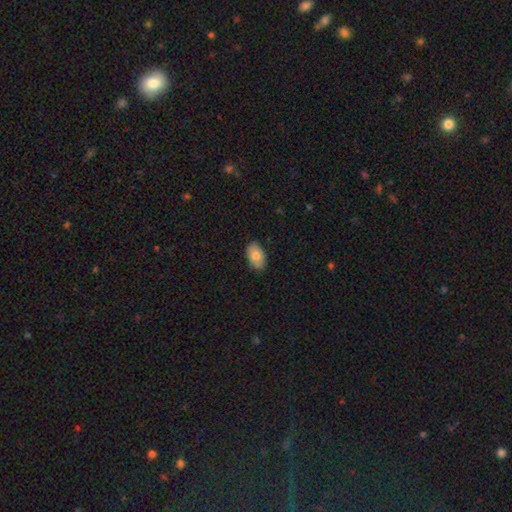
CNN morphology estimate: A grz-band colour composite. It shows a smooth galaxy with no disk features (82%) that is in between round and cigar-shaped (92%). Merging: none (85%).